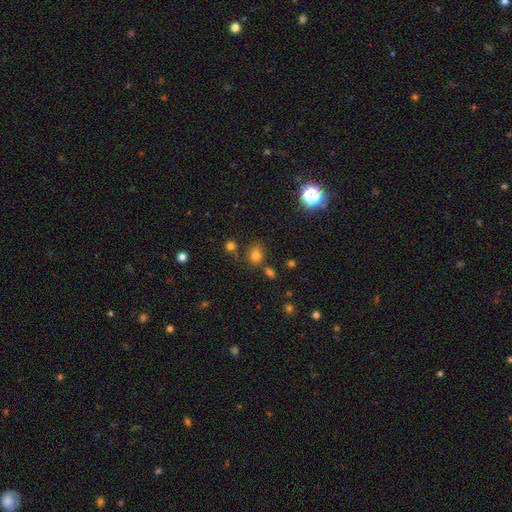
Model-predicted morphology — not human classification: Q: Smooth or featured?
A: smooth (75%); runner-up: star or artifact (17%)
Q: How rounded?
A: round (61%); runner-up: in between (38%)
Q: Merging?
A: none (66%); runner-up: minor disturbance (16%)